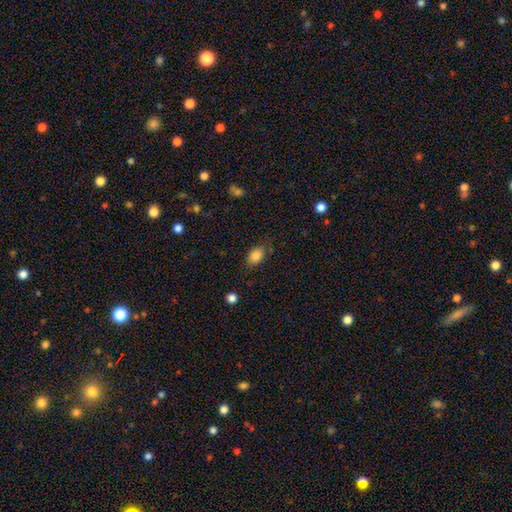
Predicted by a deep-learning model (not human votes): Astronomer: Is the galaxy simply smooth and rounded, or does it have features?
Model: smooth — 86%.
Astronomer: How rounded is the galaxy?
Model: in between — 84%.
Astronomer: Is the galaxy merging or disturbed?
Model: none — 78%.